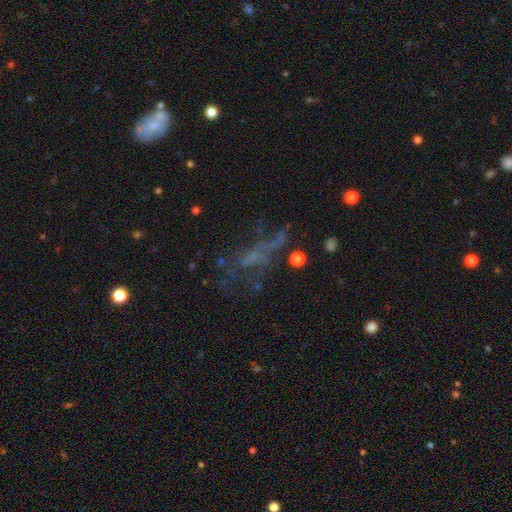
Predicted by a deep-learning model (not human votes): Smooth or featured? Predicted: featured or disk (p=0.43). Merging? Predicted: none (p=0.42).